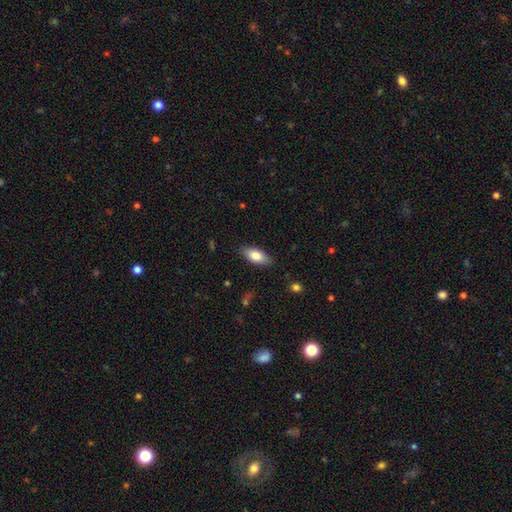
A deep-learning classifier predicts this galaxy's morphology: This appears to be a smooth galaxy with no disk features (78%) that is in between round and cigar-shaped (85%). Merging: none (86%).